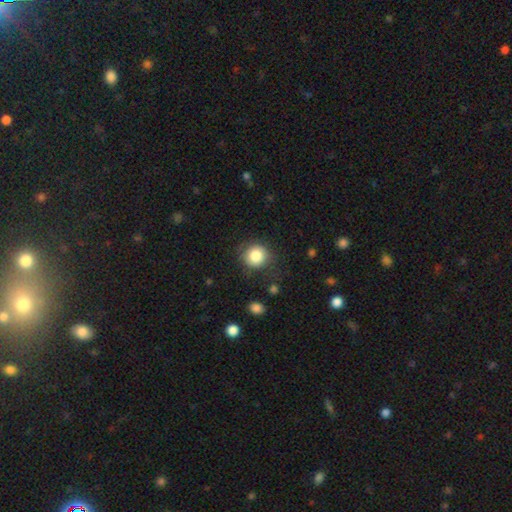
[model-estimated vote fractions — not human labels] Smooth or featured?
  - smooth: 84% *
  - star or artifact: 10%
  - featured or disk: 7%
How rounded?
  - round: 88% *
  - in between: 11%
  - cigar-shaped: 1%
Merging?
  - none: 78% *
  - minor disturbance: 14%
  - major disturbance: 5%
  - merger: 2%